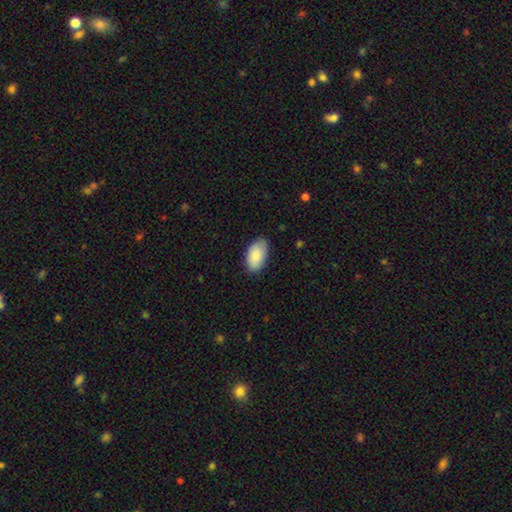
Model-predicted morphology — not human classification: smooth-or-featured: smooth: 87% | featured or disk: 7% | star or artifact: 6%
  how-rounded: in between: 95% | round: 3% | cigar-shaped: 1%
  merging: none: 79% | minor disturbance: 17% | major disturbance: 3% | merger: 1%